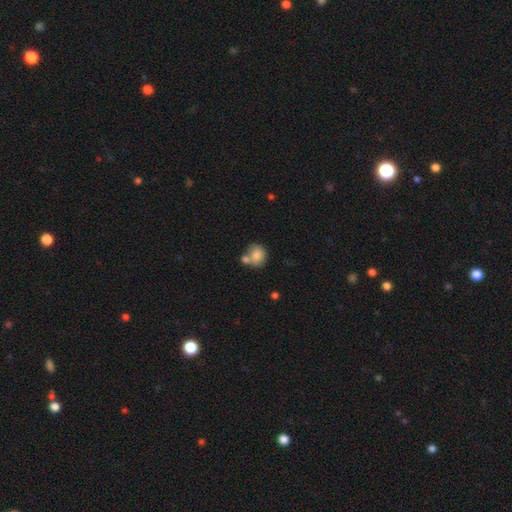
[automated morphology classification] A smooth galaxy with no disk features (82%) that is round (75%). Merging: none (47%).